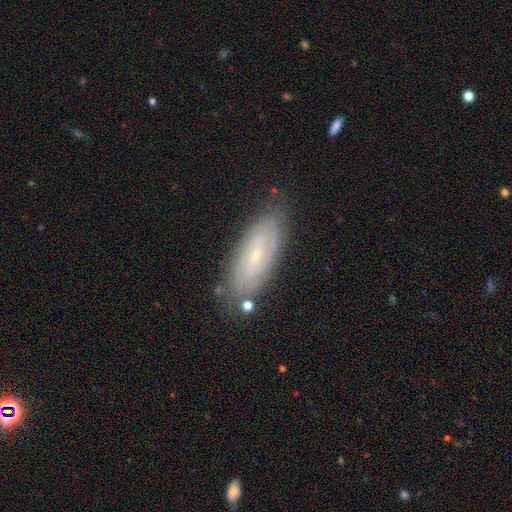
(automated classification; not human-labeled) Morphology: type=featured or disk (57%); edge-on=no (82%); merging=none (79%).